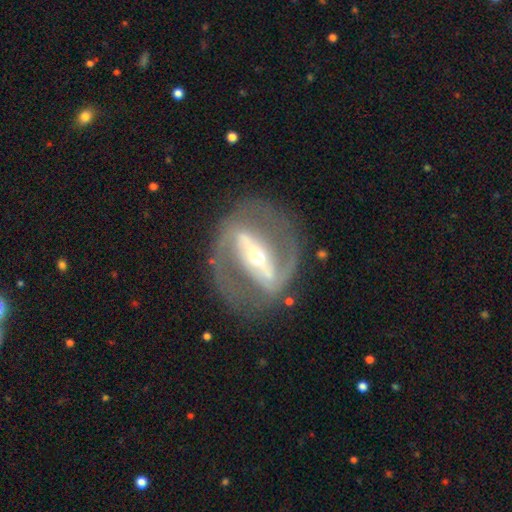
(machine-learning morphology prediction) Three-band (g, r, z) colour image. It shows a featured or disk galaxy (88%) with a strong bar (73%), 2 (89%) medium (53%) spiral arms (88%) and a moderate central bulge (58%). Merging: none (75%).